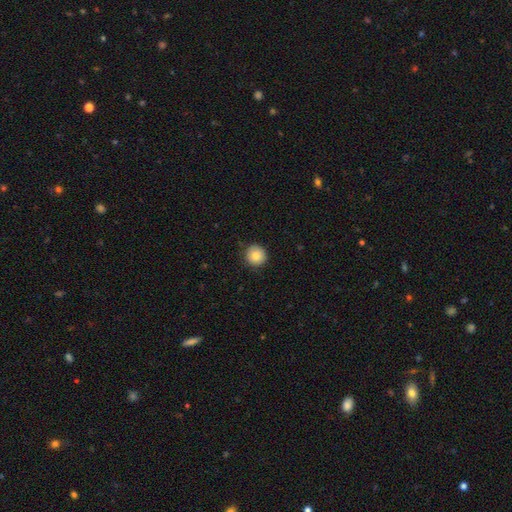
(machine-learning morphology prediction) This appears to be a smooth galaxy with no disk features (82%) that is round (94%). Merging: none (89%).